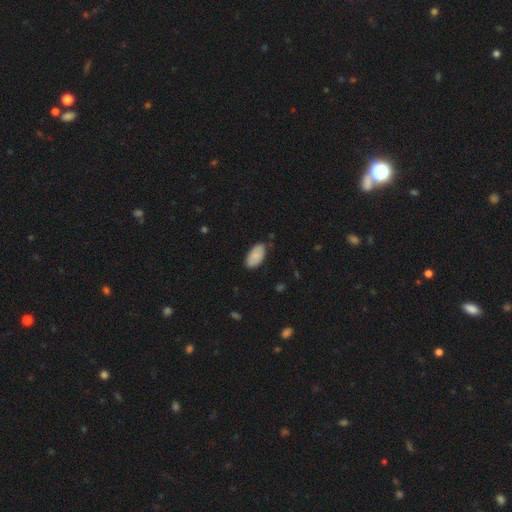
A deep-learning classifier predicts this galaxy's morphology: The model was most divided on "merging": none: 74%, minor disturbance: 21%, major disturbance: 3%, merger: 2%. More confident: how rounded — in between (95%); smooth or featured — smooth (80%).